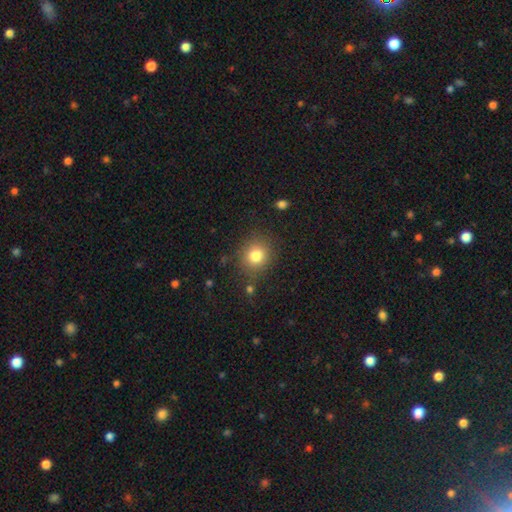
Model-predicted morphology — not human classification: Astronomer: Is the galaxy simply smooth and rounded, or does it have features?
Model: smooth — 81%.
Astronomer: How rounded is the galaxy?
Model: round — 84%.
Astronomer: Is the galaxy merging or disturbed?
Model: none — 83%.